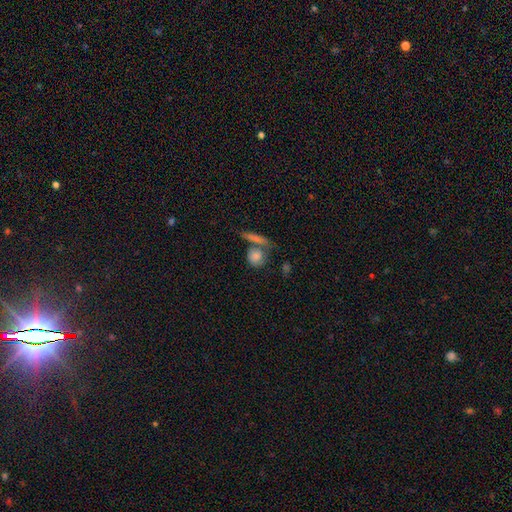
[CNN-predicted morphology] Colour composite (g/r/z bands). It shows a smooth galaxy with no disk features (75%) that is round (66%). Merging: none (54%).